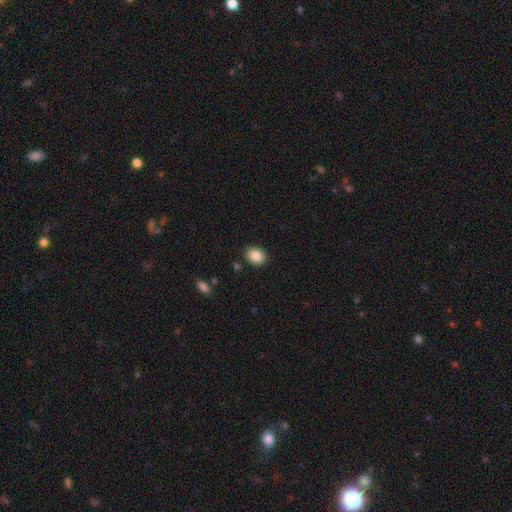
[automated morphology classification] smooth_or_featured: smooth (p=0.86) [alt: star or artifact p=0.09]
how_rounded: in between (p=0.55) [alt: round p=0.44]
merging: none (p=0.87) [alt: minor disturbance p=0.09]